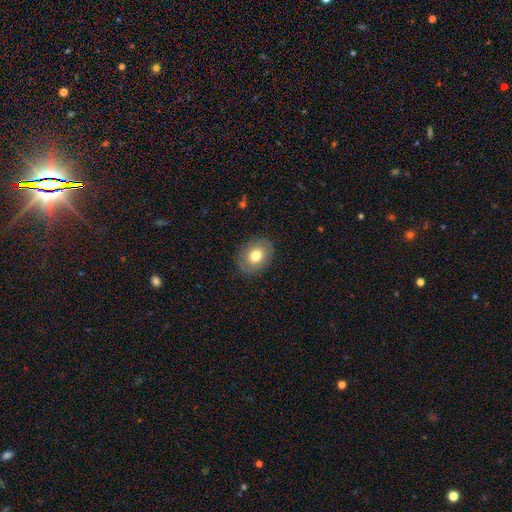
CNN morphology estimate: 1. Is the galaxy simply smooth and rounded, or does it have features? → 72% smooth, 19% featured or disk, 8% star or artifact.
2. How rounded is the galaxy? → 55% in between, 45% round, 1% cigar-shaped.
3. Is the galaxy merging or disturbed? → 86% none, 10% minor disturbance, 3% major disturbance, 1% merger.